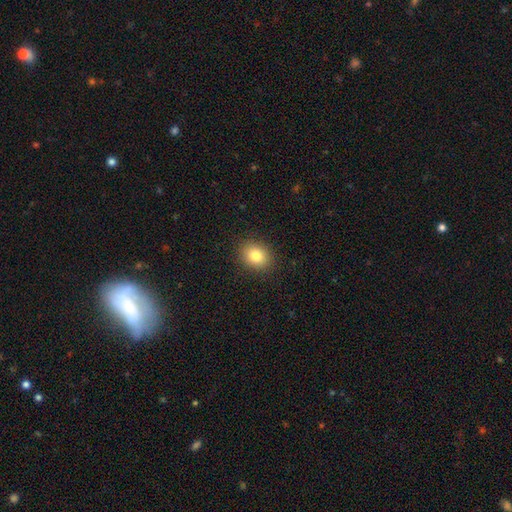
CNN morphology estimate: Smooth or featured: smooth — 82% (star or artifact — 10%)
How rounded: round — 50% (in between — 49%)
Merging: none — 89% (minor disturbance — 7%)